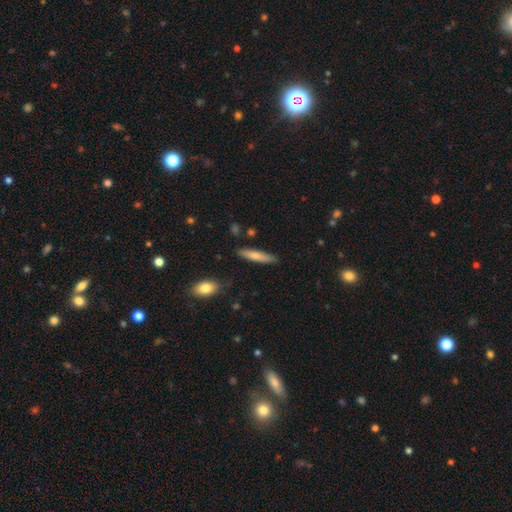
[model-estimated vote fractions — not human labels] Smooth or featured: smooth — 72% (featured or disk — 22%)
How rounded: cigar-shaped — 83% (in between — 15%)
Merging: none — 84% (minor disturbance — 11%)